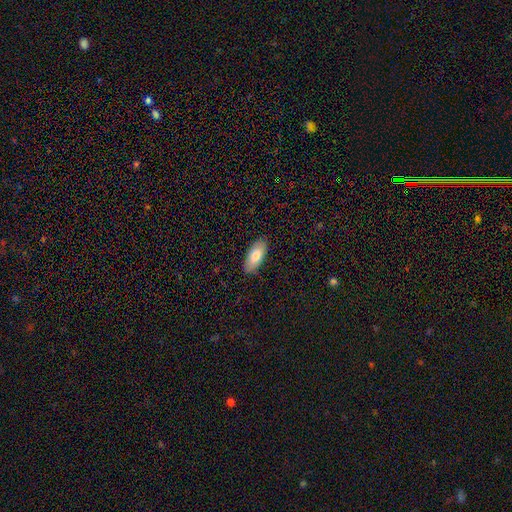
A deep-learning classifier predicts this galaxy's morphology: This is likely a smooth galaxy (78%). How rounded: clearly in between (86%). Merging: clearly none (87%).